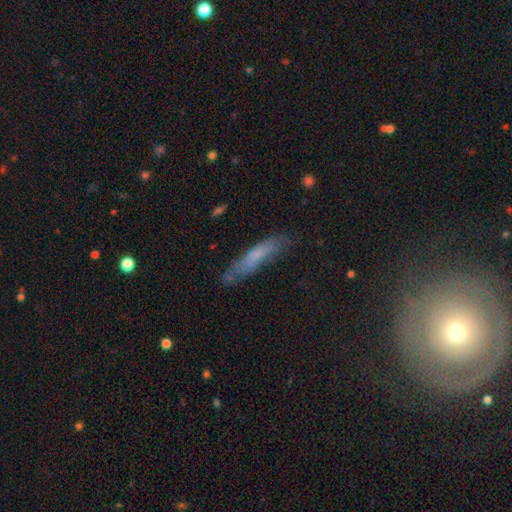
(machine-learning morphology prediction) Smooth or featured: smooth — 64% (featured or disk — 27%)
How rounded: cigar-shaped — 84% (in between — 15%)
Merging: none — 66% (minor disturbance — 23%)